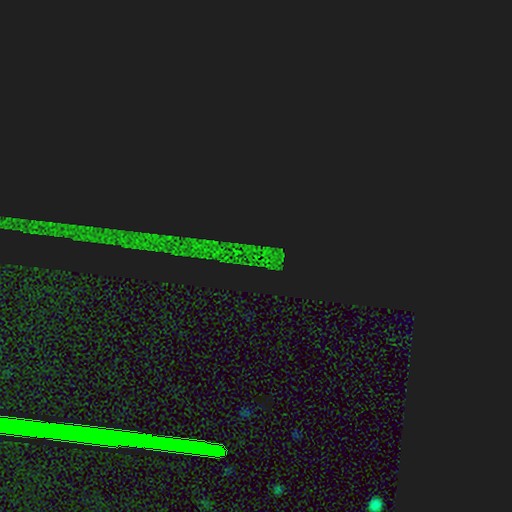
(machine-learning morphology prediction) Q: Smooth or featured?
A: star or artifact (83%); runner-up: smooth (9%)